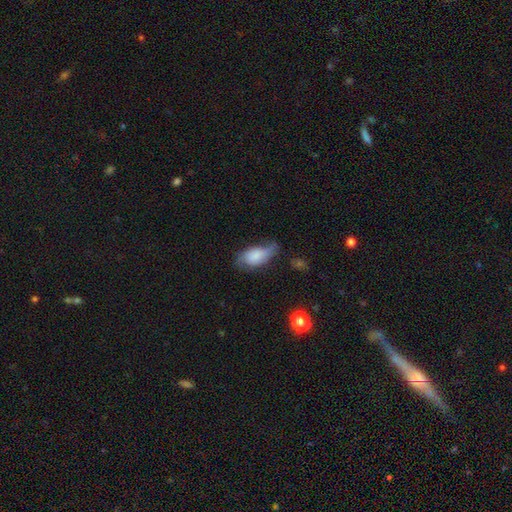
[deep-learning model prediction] Smooth or featured? Predicted: smooth (p=0.71). How rounded? Predicted: in between (p=0.91). Merging? Predicted: minor disturbance (p=0.39).